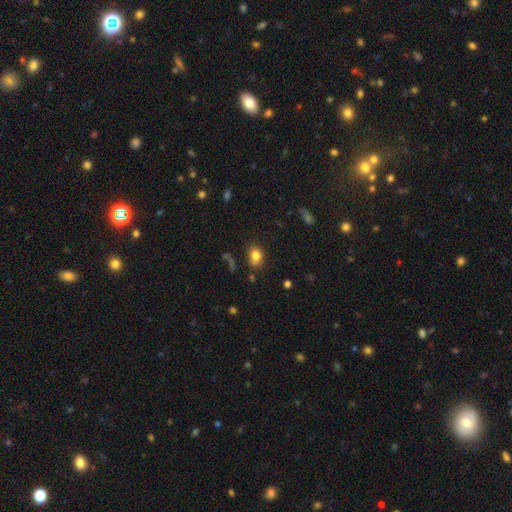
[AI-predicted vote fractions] Smooth or featured?
  - smooth: 80% *
  - star or artifact: 11%
  - featured or disk: 9%
How rounded?
  - in between: 65% *
  - round: 33%
  - cigar-shaped: 1%
Merging?
  - none: 74% *
  - minor disturbance: 17%
  - major disturbance: 5%
  - merger: 4%